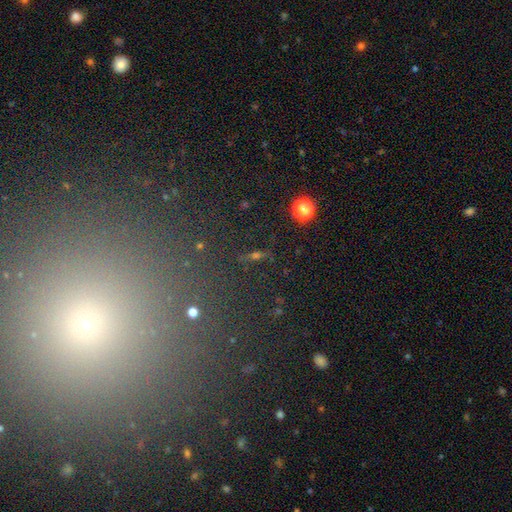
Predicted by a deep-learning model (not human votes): smooth_or_featured: smooth (p=0.35) [tied with: star or artifact p=0.35]
merging: none (p=0.83) [alt: minor disturbance p=0.09]